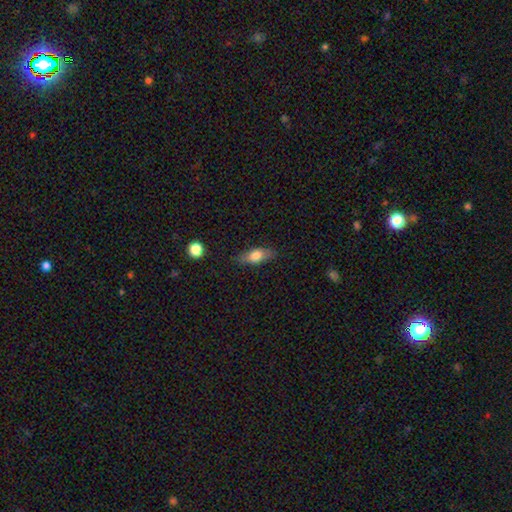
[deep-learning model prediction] Smooth or featured?
  - smooth: 71% *
  - featured or disk: 22%
  - star or artifact: 7%
How rounded?
  - in between: 74% *
  - cigar-shaped: 22%
  - round: 4%
Merging?
  - none: 82% *
  - minor disturbance: 14%
  - major disturbance: 3%
  - merger: 1%